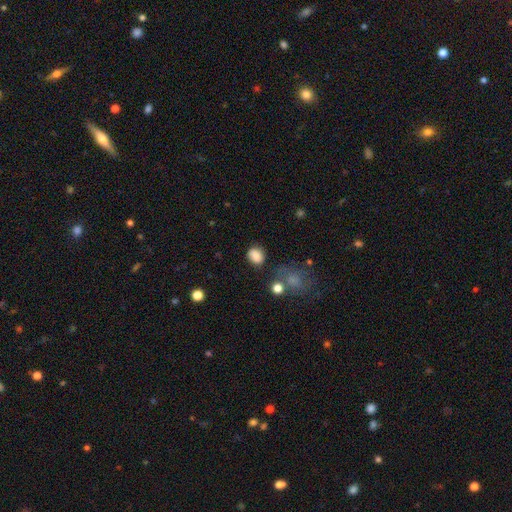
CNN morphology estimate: This appears to be a smooth galaxy with no disk features (84%) that is round (50%). Merging: none (72%).